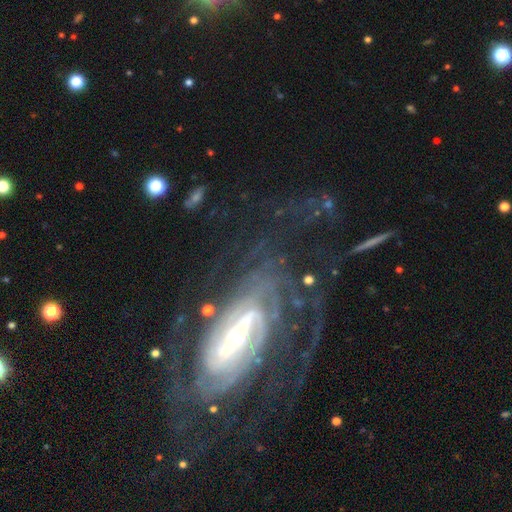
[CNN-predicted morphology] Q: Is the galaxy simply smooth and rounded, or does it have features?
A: featured or disk — 88%.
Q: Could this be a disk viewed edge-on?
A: no — 91%.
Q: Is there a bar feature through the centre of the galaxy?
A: strong — 55%.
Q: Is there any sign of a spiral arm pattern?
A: yes — 94%.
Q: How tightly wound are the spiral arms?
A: tight — 63%.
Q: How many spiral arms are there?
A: can't tell — 34%.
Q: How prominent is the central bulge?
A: small — 48%.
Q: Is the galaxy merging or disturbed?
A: none — 63%.